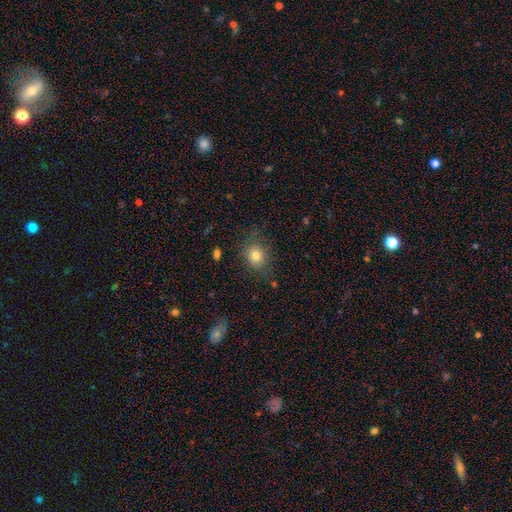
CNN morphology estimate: Q: Smooth or featured?
A: smooth (79%); runner-up: star or artifact (12%)
Q: How rounded?
A: round (72%); runner-up: in between (27%)
Q: Merging?
A: none (80%); runner-up: minor disturbance (14%)